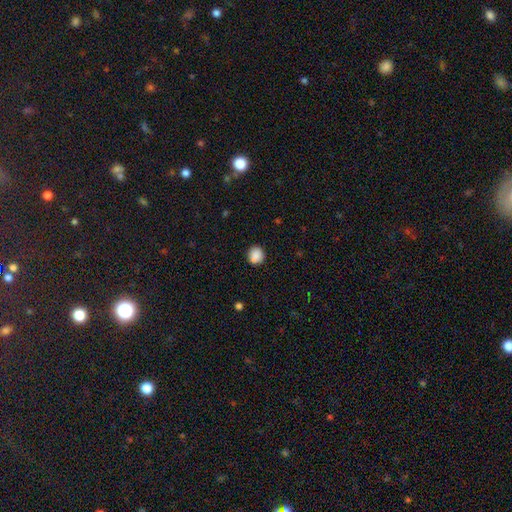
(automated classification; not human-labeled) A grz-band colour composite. It shows a smooth galaxy with no disk features (88%) that is round (83%). Merging: none (87%).